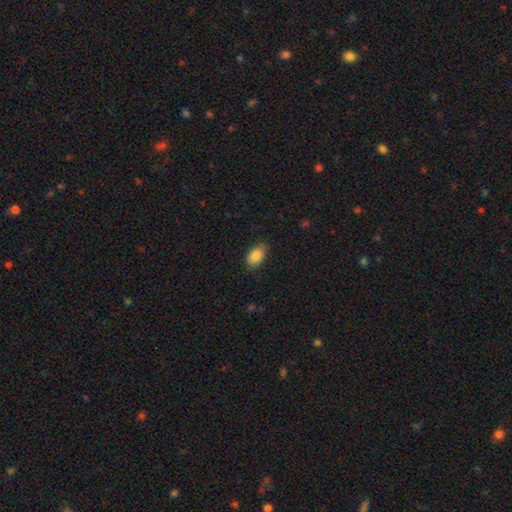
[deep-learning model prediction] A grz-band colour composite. It shows a smooth galaxy with no disk features (87%) that is in between round and cigar-shaped (92%). Merging: none (80%).